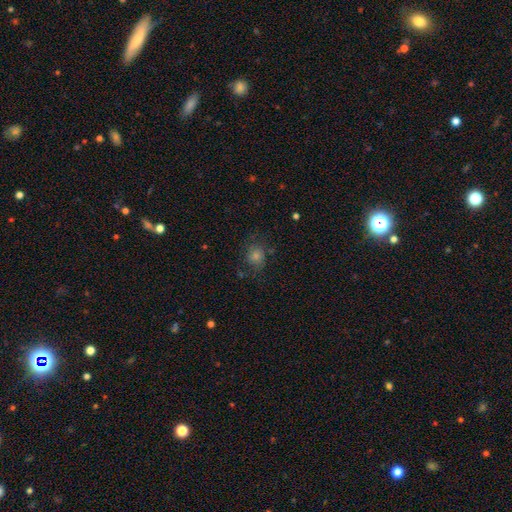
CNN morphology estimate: type=smooth (55%); roundness=round (77%); merging=none (73%).